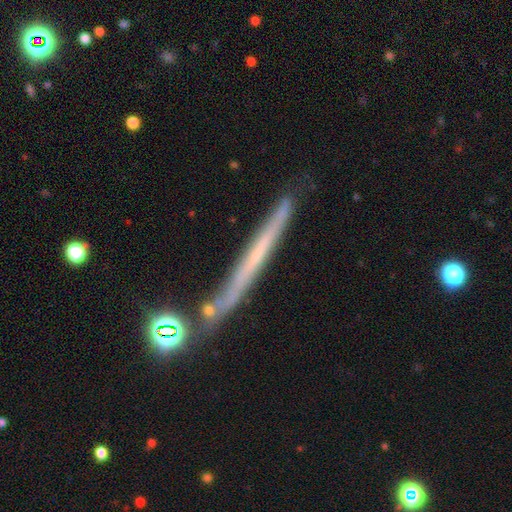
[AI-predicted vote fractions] This is possibly a featured or disk galaxy (59%). It is clearly viewed edge-on (94%). Edge-on bulge: clearly none (87%). Merging: likely none (77%).